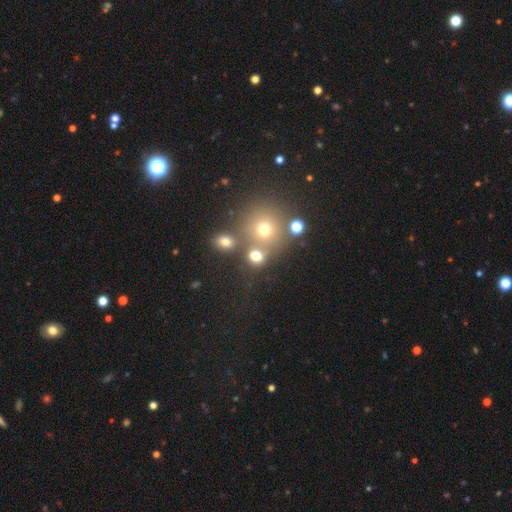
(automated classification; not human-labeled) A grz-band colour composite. It shows a smooth galaxy with no disk features (70%) that is round (78%). Merging: none (59%).